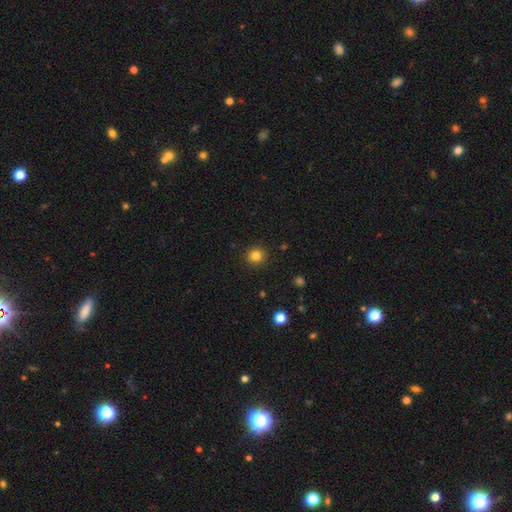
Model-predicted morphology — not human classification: Overall: smooth (83%). How rounded: round (92%). Merging: none (92%).